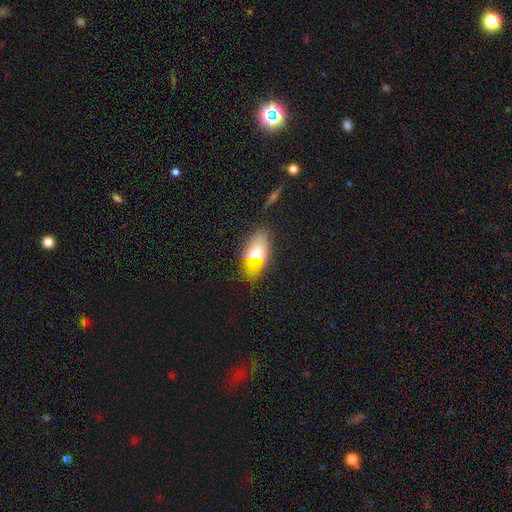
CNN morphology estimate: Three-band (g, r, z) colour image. It shows a smooth galaxy with no disk features (65%) that is in between round and cigar-shaped (86%). Merging: none (78%).